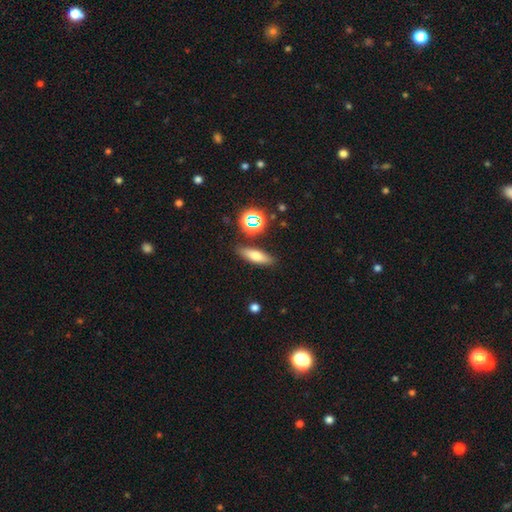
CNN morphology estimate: smooth_or_featured: smooth (p=0.66) [alt: featured or disk p=0.21]
how_rounded: cigar-shaped (p=0.48) [alt: in between p=0.45]
merging: none (p=0.84) [alt: minor disturbance p=0.10]